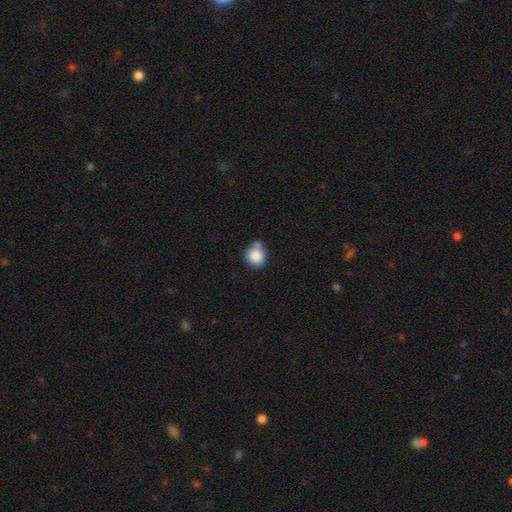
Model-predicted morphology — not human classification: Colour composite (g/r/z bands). It shows a smooth galaxy with no disk features (86%) that is round (82%). Merging: none (53%).